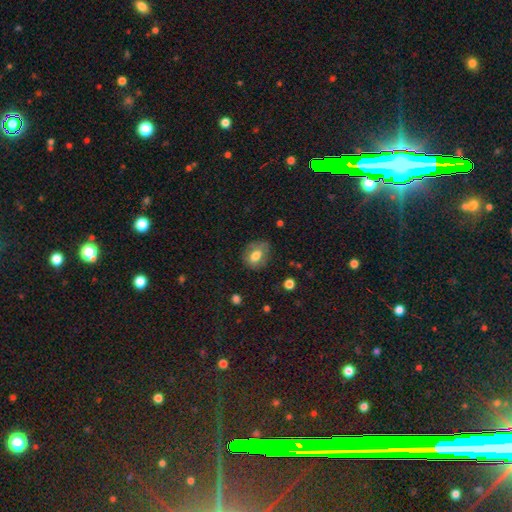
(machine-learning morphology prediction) smooth 72%, featured or disk 20%, star or artifact 9%. Down the decision tree: how rounded — in between (61%); merging — none (68%).